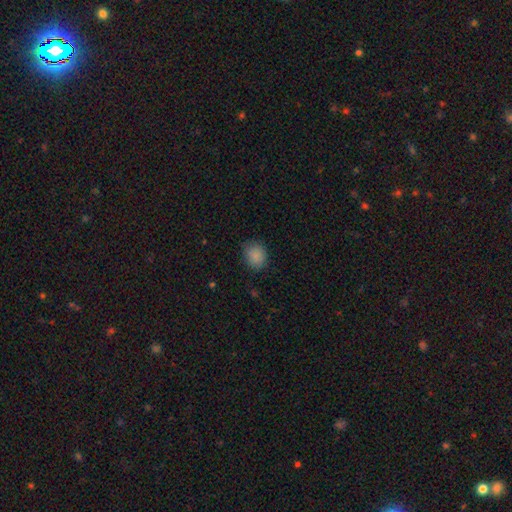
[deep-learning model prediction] smooth 86%, star or artifact 10%, featured or disk 4%. Down the decision tree: how rounded — round (68%); merging — none (81%).